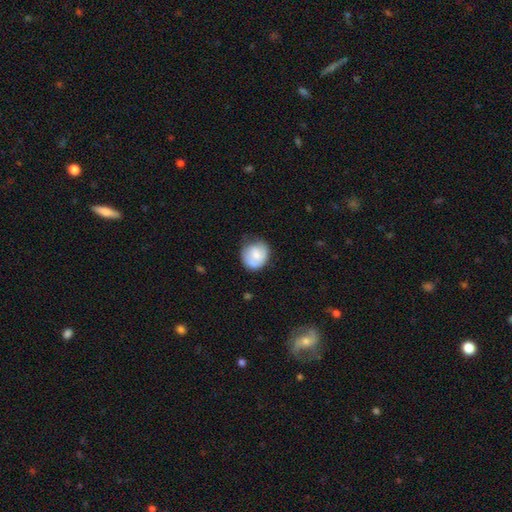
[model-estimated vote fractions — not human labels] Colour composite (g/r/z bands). It shows a smooth galaxy with no disk features (70%) that is round (78%). Merging: none (59%).